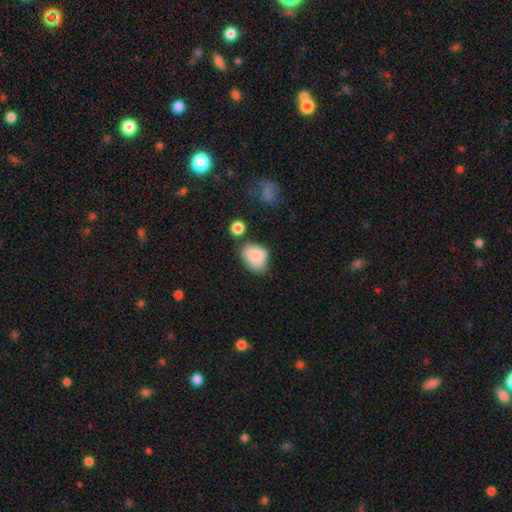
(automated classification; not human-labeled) smooth 81%, featured or disk 11%, star or artifact 8%. Down the decision tree: how rounded — in between (70%); merging — none (48%).